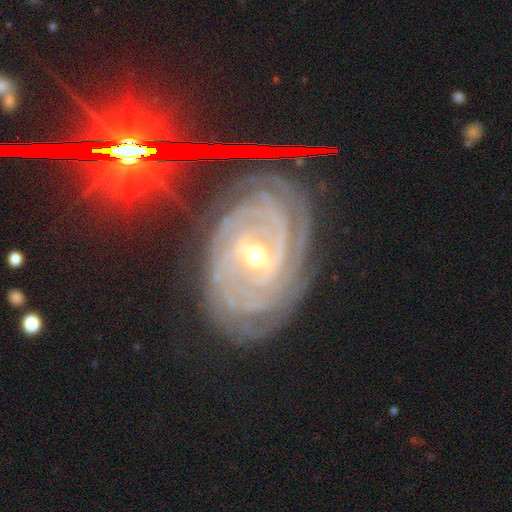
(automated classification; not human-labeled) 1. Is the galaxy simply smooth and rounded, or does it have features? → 86% featured or disk, 9% star or artifact, 4% smooth.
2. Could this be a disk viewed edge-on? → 95% no, 5% yes.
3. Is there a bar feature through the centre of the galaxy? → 44% weak, 35% strong, 21% no.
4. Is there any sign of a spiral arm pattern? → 98% yes, 2% no.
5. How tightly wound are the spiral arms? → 82% tight, 15% medium, 3% loose.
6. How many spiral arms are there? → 26% can't tell, 20% 4, 19% 3, 16% 2, 13% more than 4, 7% 1.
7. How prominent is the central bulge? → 52% moderate, 45% small, 2% large, 1% none, 1% dominant.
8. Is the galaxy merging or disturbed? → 77% none, 16% minor disturbance, 6% major disturbance, 2% merger.